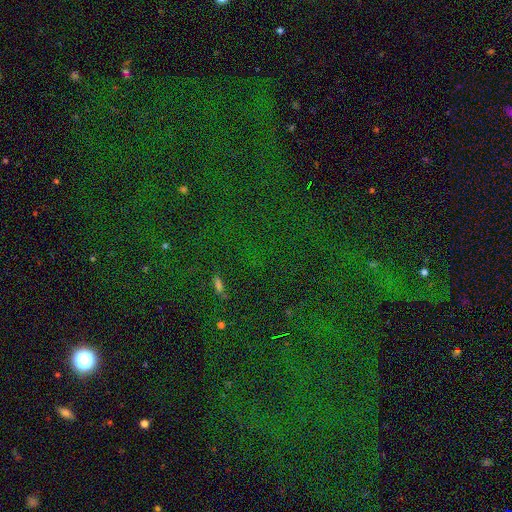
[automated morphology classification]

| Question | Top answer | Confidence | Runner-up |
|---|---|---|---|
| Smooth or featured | star or artifact | 80% | smooth (11%) |